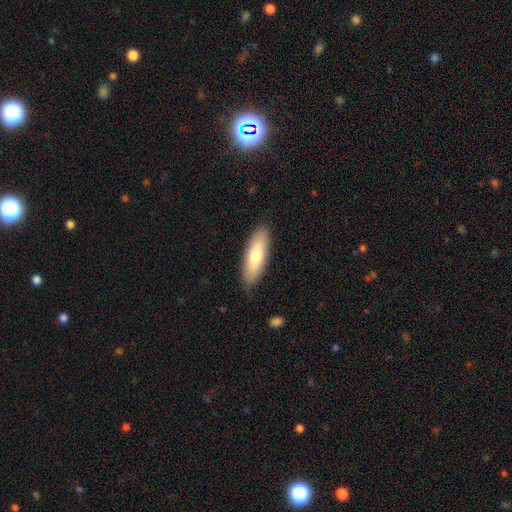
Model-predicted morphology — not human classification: This appears to be a smooth galaxy with no disk features (71%) that is in between round and cigar-shaped (54%). Merging: none (87%).